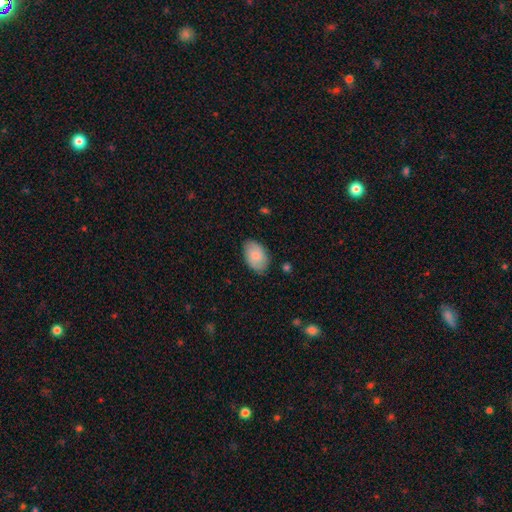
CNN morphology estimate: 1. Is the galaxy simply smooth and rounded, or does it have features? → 79% smooth, 14% featured or disk, 6% star or artifact.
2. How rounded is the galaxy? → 92% in between, 7% round, 1% cigar-shaped.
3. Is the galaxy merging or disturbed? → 82% none, 14% minor disturbance, 3% major disturbance, 1% merger.